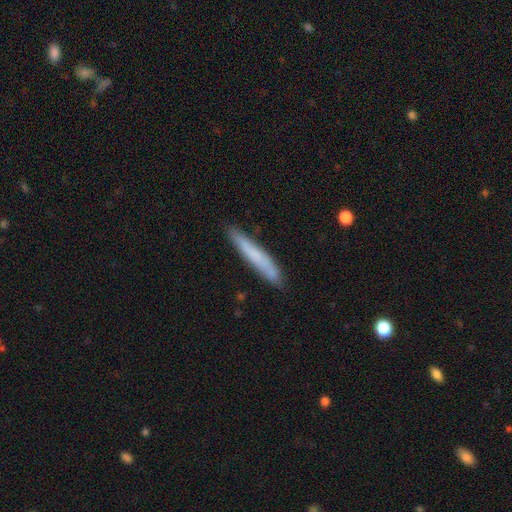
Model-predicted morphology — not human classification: This is likely a smooth galaxy (65%). How rounded: clearly cigar-shaped (94%). Merging: clearly none (84%).